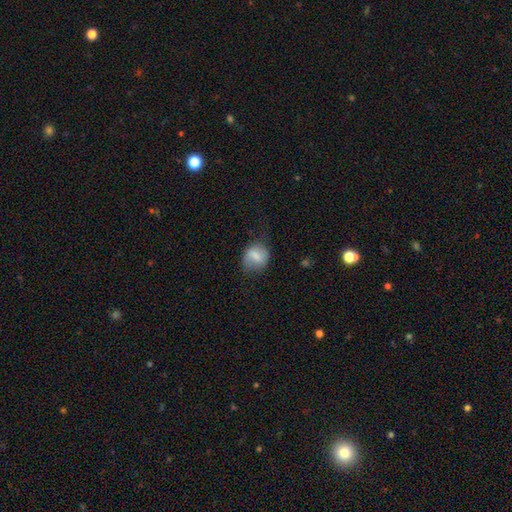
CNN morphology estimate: smooth_or_featured: smooth (p=0.67) [alt: featured or disk p=0.25]
how_rounded: round (p=0.60) [alt: in between p=0.39]
merging: none (p=0.60) [alt: minor disturbance p=0.26]